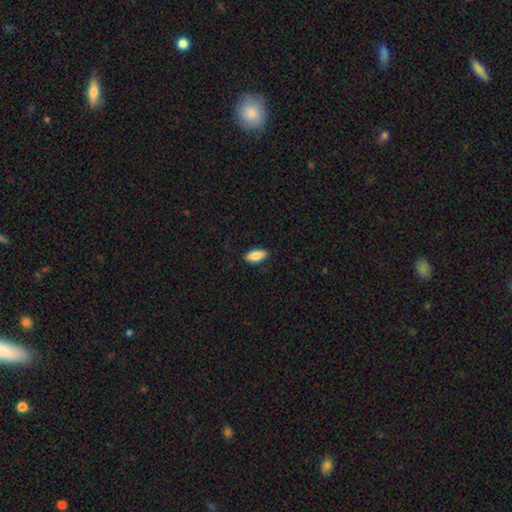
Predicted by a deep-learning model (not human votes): A smooth galaxy with no disk features (84%) that is in between round and cigar-shaped (84%).

Vote fractions:
- Smooth or featured? smooth: 84% / featured or disk: 10% / star or artifact: 6%
- How rounded? in between: 84% / cigar-shaped: 14% / round: 2%
- Merging? none: 87% / minor disturbance: 10% / major disturbance: 2% / merger: 1%